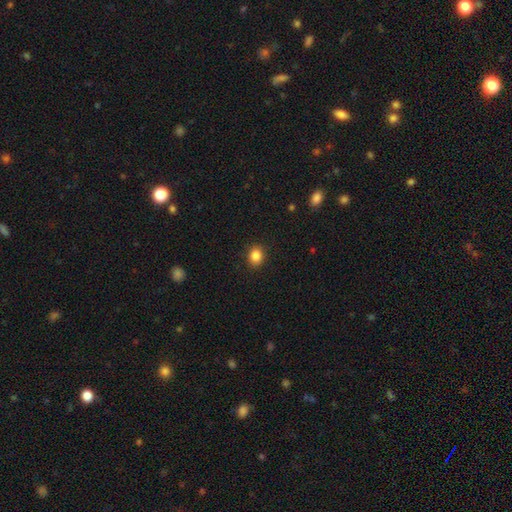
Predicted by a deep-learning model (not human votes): smooth 85%, star or artifact 10%, featured or disk 4%. Down the decision tree: how rounded — round (72%); merging — none (90%).